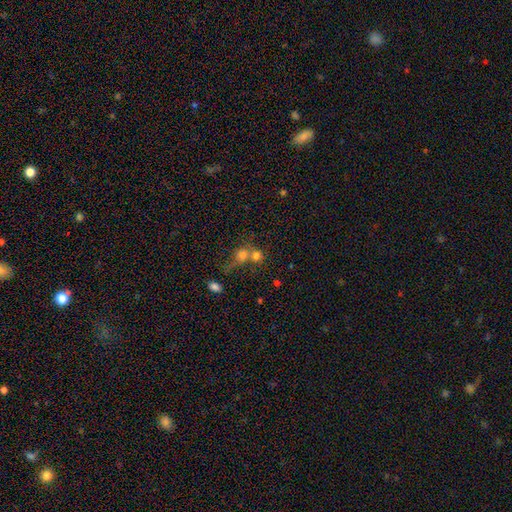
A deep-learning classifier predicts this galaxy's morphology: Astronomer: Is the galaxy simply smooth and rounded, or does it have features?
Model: smooth — 73%.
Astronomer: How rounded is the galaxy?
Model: round — 79%.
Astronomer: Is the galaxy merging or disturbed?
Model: merger — 57%.